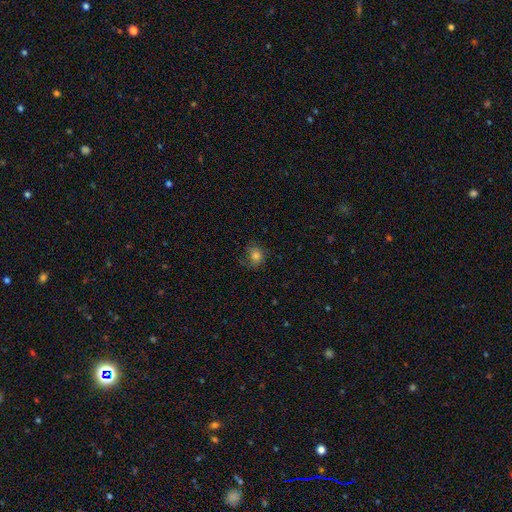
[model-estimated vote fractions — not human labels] This appears to be a smooth galaxy with no disk features (76%) that is round (63%). Merging: none (62%).